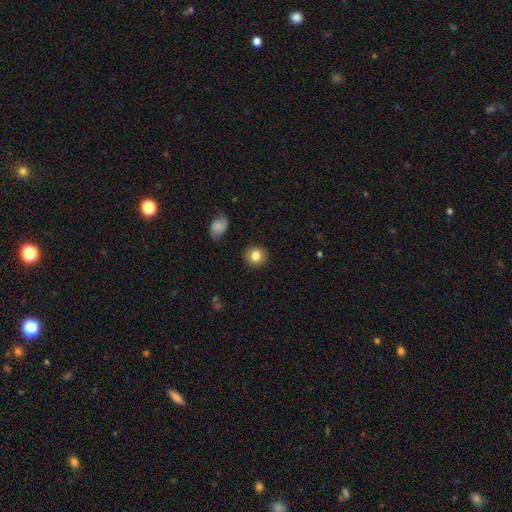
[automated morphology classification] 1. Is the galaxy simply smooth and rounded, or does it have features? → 82% smooth, 9% star or artifact, 9% featured or disk.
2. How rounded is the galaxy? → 89% round, 10% in between, 1% cigar-shaped.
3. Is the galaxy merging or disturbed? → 90% none, 7% minor disturbance, 2% major disturbance, 1% merger.